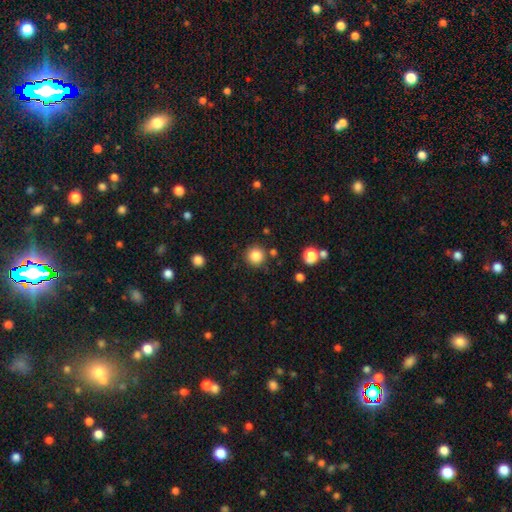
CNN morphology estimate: This appears to be a smooth galaxy with no disk features (84%) that is round (94%). Merging: none (86%).